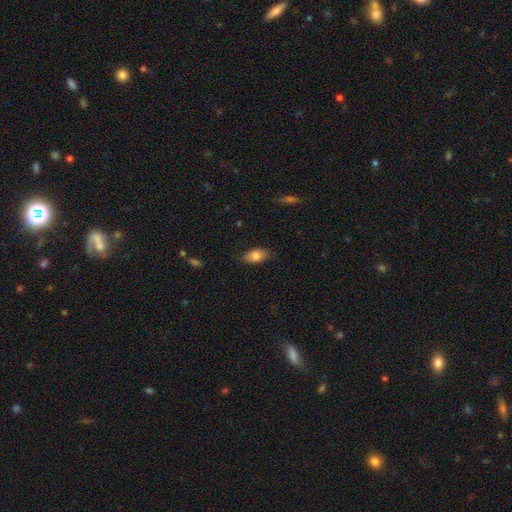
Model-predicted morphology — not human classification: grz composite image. It shows a smooth galaxy with no disk features (81%) that is in between round and cigar-shaped (89%). Merging: none (80%).